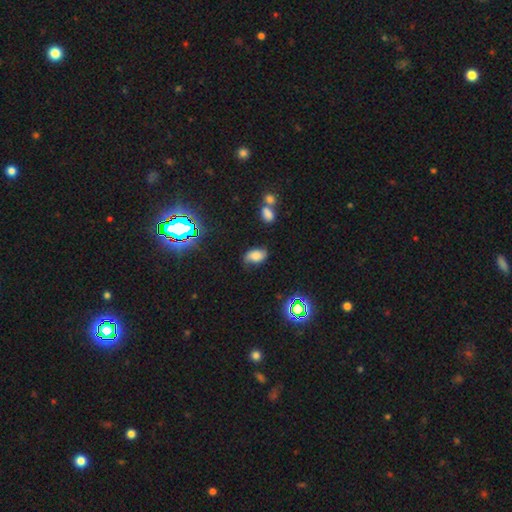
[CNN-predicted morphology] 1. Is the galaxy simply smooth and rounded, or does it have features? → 66% smooth, 17% star or artifact, 17% featured or disk.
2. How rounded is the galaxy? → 90% in between, 8% round, 2% cigar-shaped.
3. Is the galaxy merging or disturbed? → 64% none, 25% minor disturbance, 7% major disturbance, 3% merger.